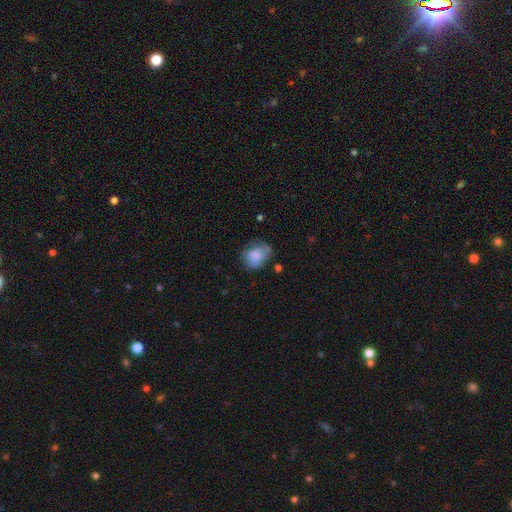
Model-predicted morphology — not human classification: Smooth or featured: smooth — 74% (featured or disk — 17%)
How rounded: round — 56% (in between — 43%)
Merging: none — 54% (minor disturbance — 29%)